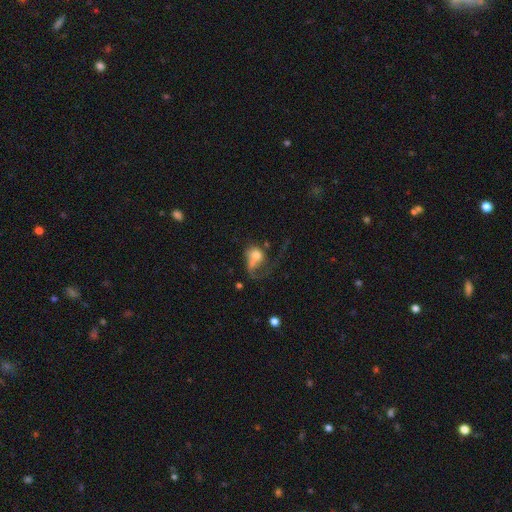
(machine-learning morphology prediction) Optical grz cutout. It shows a smooth galaxy with no disk features (53%) that is round (54%). Merging: major disturbance (51%).